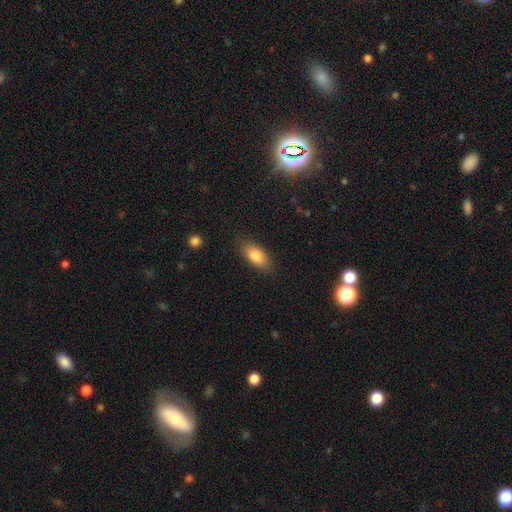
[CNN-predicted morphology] Smooth or featured: smooth — 82% (featured or disk — 11%)
How rounded: in between — 86% (cigar-shaped — 10%)
Merging: none — 83% (minor disturbance — 12%)